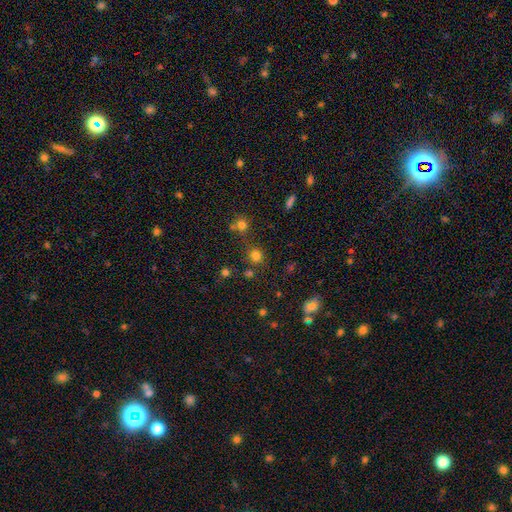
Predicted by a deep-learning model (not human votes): Overall: smooth (75%). How rounded: round (87%). Merging: none (77%).